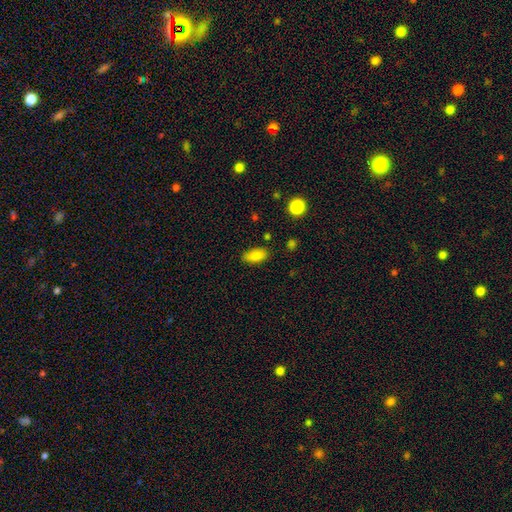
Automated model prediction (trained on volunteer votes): smooth_or_featured: smooth (p=0.85) [alt: star or artifact p=0.09]
how_rounded: in between (p=0.89) [alt: cigar-shaped p=0.06]
merging: none (p=0.83) [alt: minor disturbance p=0.12]